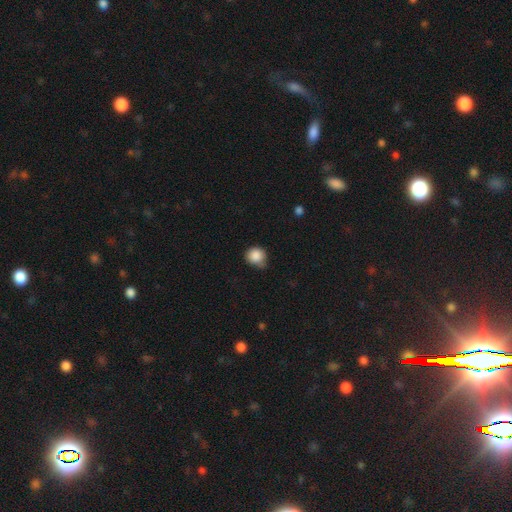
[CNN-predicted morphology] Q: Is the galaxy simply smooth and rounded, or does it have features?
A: smooth — 87%.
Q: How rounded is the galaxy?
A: round — 86%.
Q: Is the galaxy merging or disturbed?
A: none — 60%.